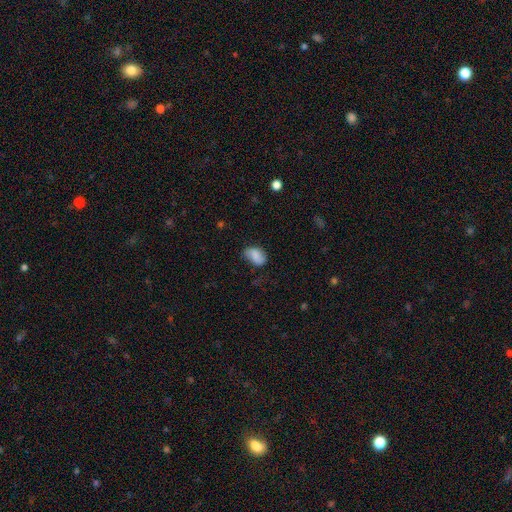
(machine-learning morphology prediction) Q: Smooth or featured?
A: smooth (70%); runner-up: featured or disk (22%)
Q: How rounded?
A: in between (83%); runner-up: round (16%)
Q: Merging?
A: none (59%); runner-up: minor disturbance (29%)